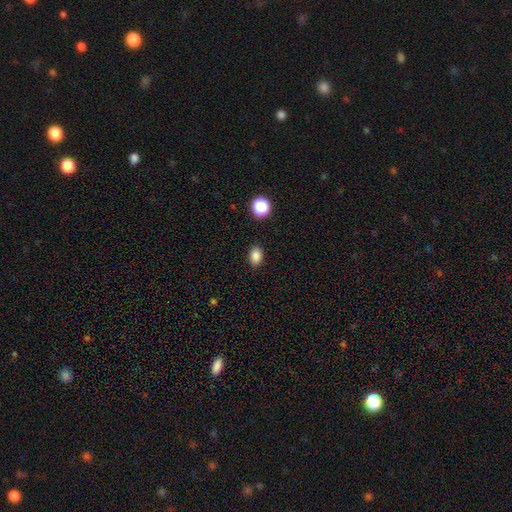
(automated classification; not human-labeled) The model was most divided on "how rounded": in between: 79%, round: 20%, cigar-shaped: 1%. More confident: merging — none (87%); smooth or featured — smooth (85%).